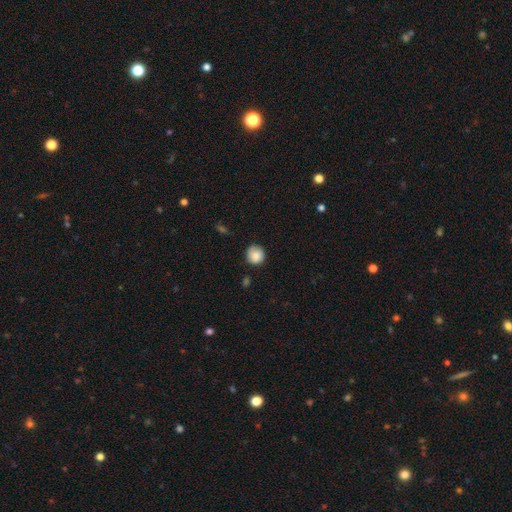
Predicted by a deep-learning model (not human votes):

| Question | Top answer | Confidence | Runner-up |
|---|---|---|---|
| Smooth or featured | smooth | 86% | star or artifact (8%) |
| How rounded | round | 91% | in between (8%) |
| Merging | none | 76% | minor disturbance (19%) |